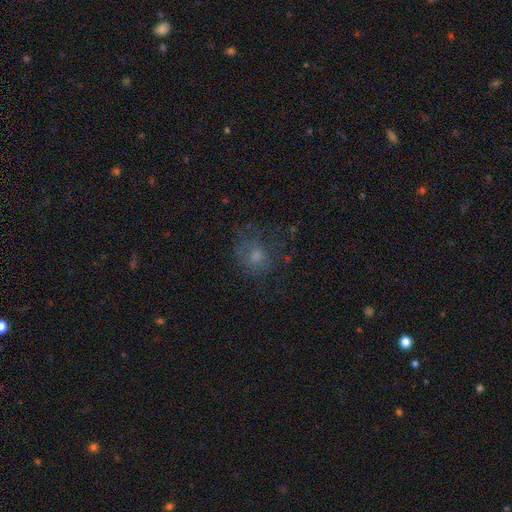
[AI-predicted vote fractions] Q: Smooth or featured?
A: smooth (59%); runner-up: featured or disk (23%)
Q: How rounded?
A: round (72%); runner-up: in between (27%)
Q: Merging?
A: none (57%); runner-up: minor disturbance (21%)